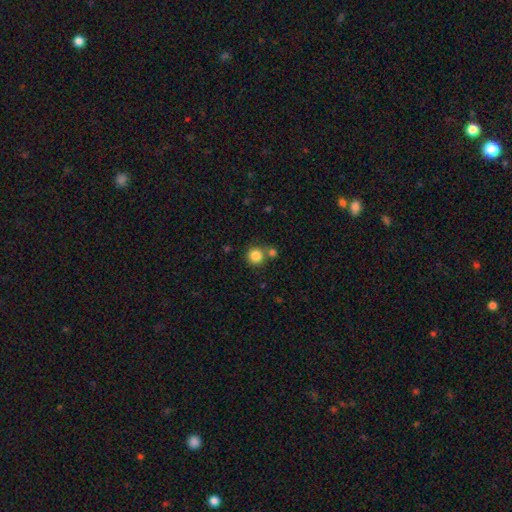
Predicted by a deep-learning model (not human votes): Q: Smooth or featured?
A: smooth (84%); runner-up: star or artifact (11%)
Q: How rounded?
A: round (93%); runner-up: in between (6%)
Q: Merging?
A: none (70%); runner-up: merger (19%)